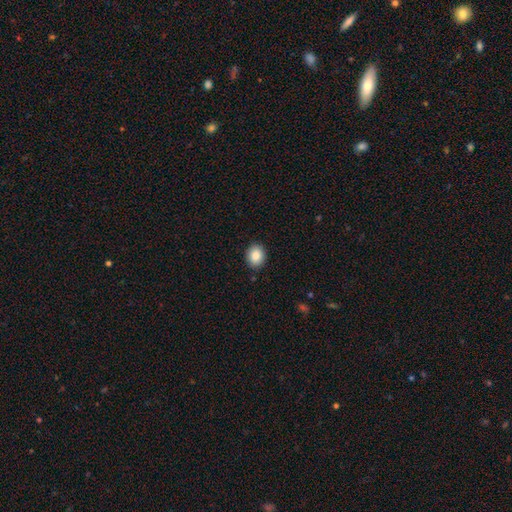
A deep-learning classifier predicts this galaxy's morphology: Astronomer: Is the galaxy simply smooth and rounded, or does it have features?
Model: smooth — 87%.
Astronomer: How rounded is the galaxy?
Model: round — 57% (runner-up: in between, 42%).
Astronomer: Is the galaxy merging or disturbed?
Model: none — 89%.